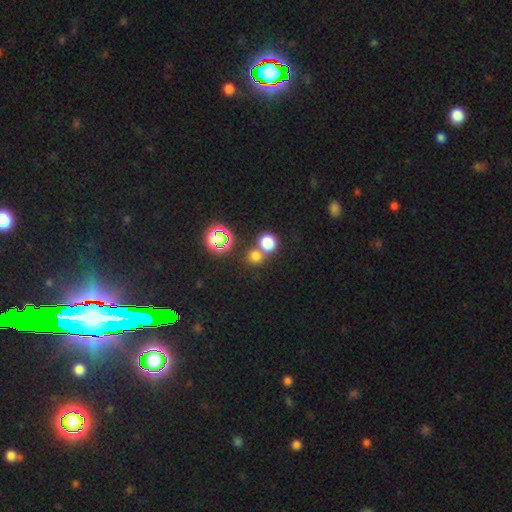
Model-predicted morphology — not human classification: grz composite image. It shows a smooth galaxy with no disk features (71%) that is round (84%). Merging: none (56%).